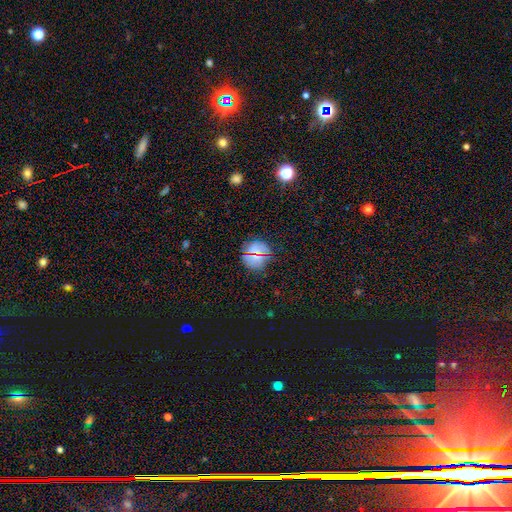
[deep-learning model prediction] A smooth galaxy with no disk features (65%) that is round (89%). Merging: none (85%).